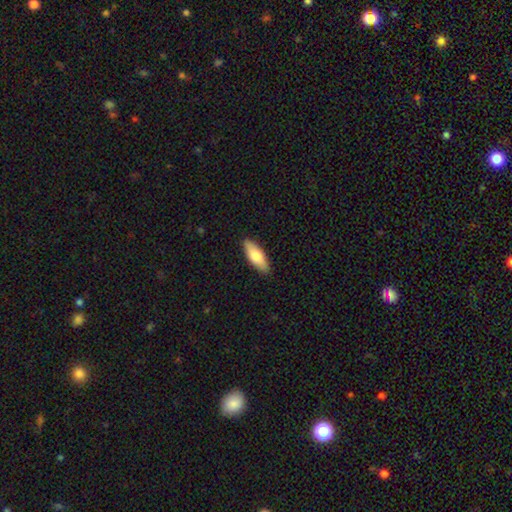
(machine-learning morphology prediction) Smooth or featured?
  - smooth: 76% *
  - featured or disk: 19%
  - star or artifact: 5%
How rounded?
  - in between: 63% *
  - cigar-shaped: 36%
  - round: 2%
Merging?
  - none: 89% *
  - minor disturbance: 9%
  - major disturbance: 2%
  - merger: 1%